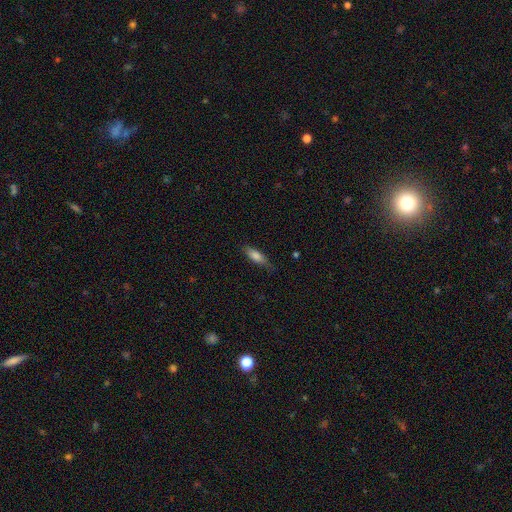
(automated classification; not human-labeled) smooth-or-featured: smooth: 77% | featured or disk: 16% | star or artifact: 7%
  how-rounded: in between: 54% | cigar-shaped: 44% | round: 2%
  merging: none: 71% | minor disturbance: 22% | major disturbance: 5% | merger: 1%